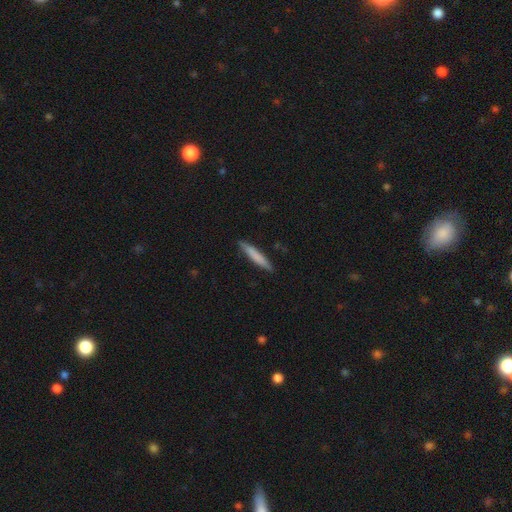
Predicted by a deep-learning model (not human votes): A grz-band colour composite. It shows a smooth galaxy with no disk features (75%) that is cigar-shaped (94%). Merging: none (88%).